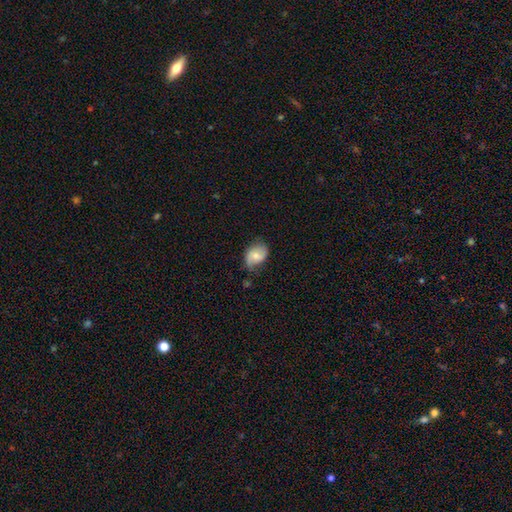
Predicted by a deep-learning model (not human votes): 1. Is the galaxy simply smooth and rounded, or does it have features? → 58% smooth, 34% featured or disk, 7% star or artifact.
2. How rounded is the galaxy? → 73% in between, 26% round, 1% cigar-shaped.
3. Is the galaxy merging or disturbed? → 55% none, 33% minor disturbance, 9% major disturbance, 2% merger.